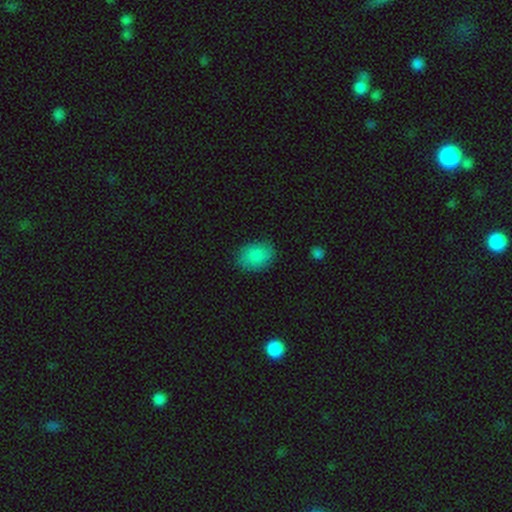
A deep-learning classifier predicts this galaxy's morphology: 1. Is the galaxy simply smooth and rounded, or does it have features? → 86% smooth, 8% star or artifact, 6% featured or disk.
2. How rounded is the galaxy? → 64% in between, 34% round, 1% cigar-shaped.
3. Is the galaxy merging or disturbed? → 81% none, 14% minor disturbance, 3% major disturbance, 1% merger.